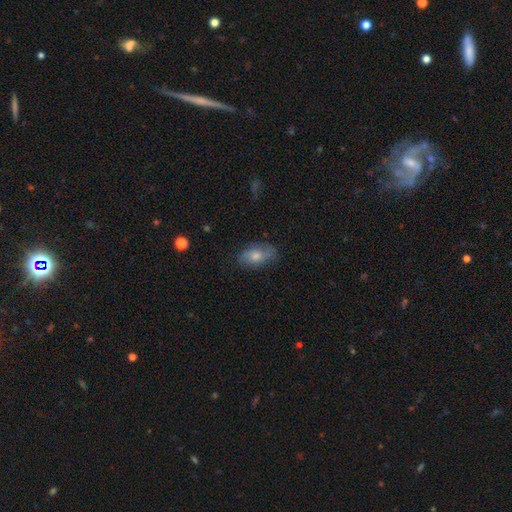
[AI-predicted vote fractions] This is possibly a smooth galaxy (52%). How rounded: clearly in between (87%). Merging: likely none (77%).